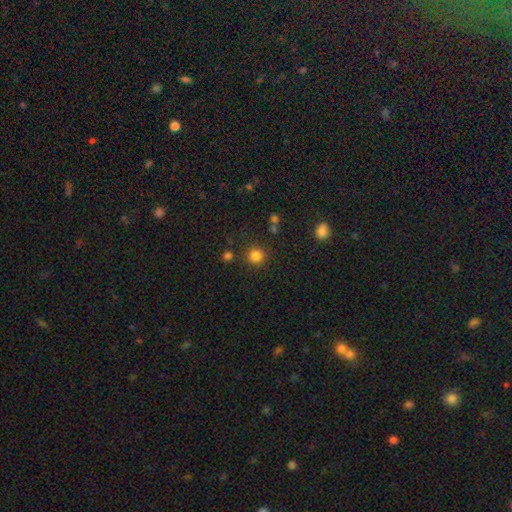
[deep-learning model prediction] A smooth galaxy with no disk features (82%) that is round (93%). Merging: none (85%).